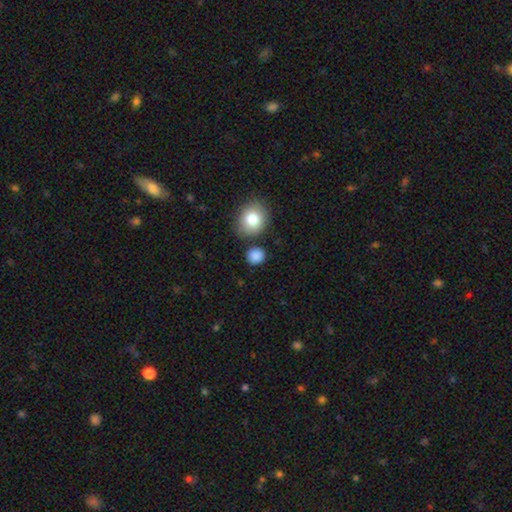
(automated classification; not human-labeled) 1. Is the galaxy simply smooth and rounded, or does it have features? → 87% smooth, 9% star or artifact, 4% featured or disk.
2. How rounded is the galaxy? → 81% round, 18% in between, 1% cigar-shaped.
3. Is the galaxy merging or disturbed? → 80% none, 11% minor disturbance, 6% merger, 3% major disturbance.